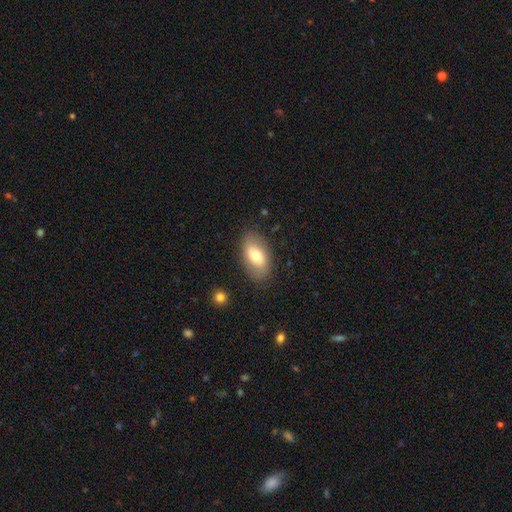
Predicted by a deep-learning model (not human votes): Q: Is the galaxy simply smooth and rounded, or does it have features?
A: smooth — 69%.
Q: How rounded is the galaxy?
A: in between — 92%.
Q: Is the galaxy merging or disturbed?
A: none — 83%.